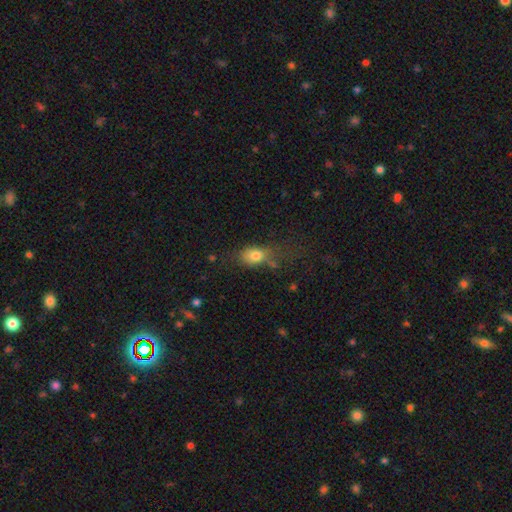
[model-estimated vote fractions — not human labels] A smooth galaxy with no disk features (77%) that is in between round and cigar-shaped (75%). Merging: none (43%).